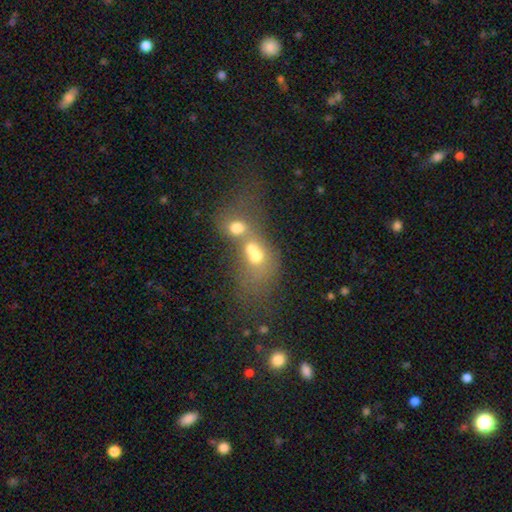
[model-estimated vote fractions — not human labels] A smooth galaxy with no disk features (57%) that is round (49%, tied with in between).

Vote fractions:
- Smooth or featured? smooth: 57% / featured or disk: 27% / star or artifact: 15%
- How rounded? round: 49% (tied) / in between: 49% (tied) / cigar-shaped: 2%
- Merging? merger: 72% / none: 14% / major disturbance: 8% / minor disturbance: 5%